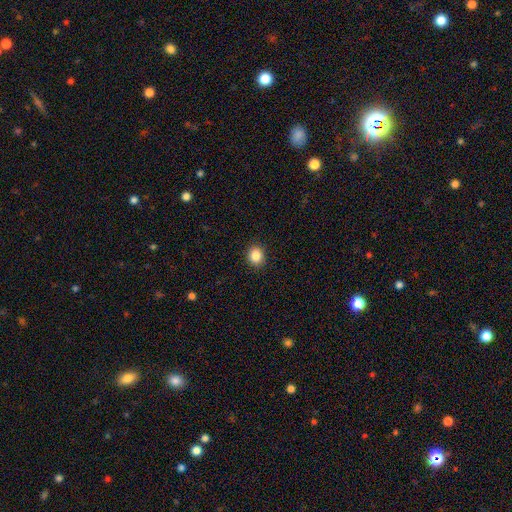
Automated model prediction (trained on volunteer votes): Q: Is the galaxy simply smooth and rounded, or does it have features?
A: smooth — 86%.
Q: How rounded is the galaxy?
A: round — 77%.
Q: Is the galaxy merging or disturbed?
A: none — 91%.